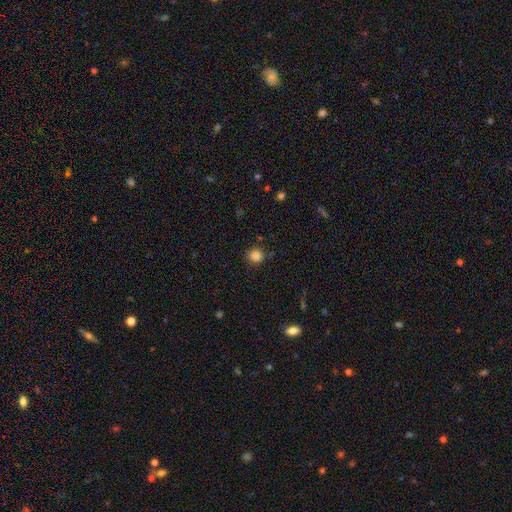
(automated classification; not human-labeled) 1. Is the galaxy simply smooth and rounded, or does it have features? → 84% smooth, 12% star or artifact, 4% featured or disk.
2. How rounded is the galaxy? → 89% round, 10% in between, 1% cigar-shaped.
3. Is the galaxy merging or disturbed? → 85% none, 10% minor disturbance, 3% major disturbance, 2% merger.